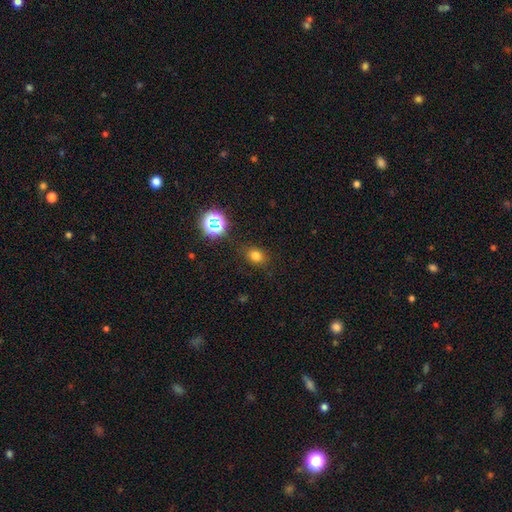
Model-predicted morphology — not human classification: A smooth galaxy with no disk features (73%) that is round (52%). Merging: none (82%).